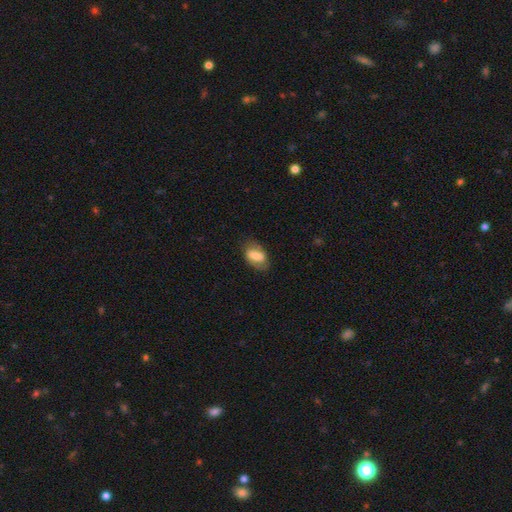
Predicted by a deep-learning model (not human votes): This appears to be a smooth galaxy with no disk features (71%) that is in between round and cigar-shaped (89%). Merging: none (72%).